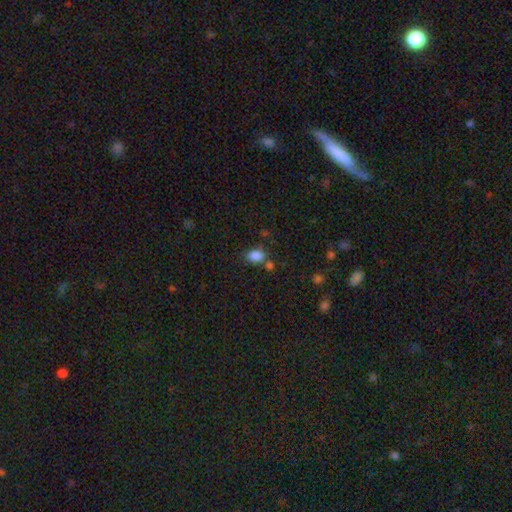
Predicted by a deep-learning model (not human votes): smooth 84%, star or artifact 11%, featured or disk 5%. Down the decision tree: how rounded — in between (80%); merging — none (61%).